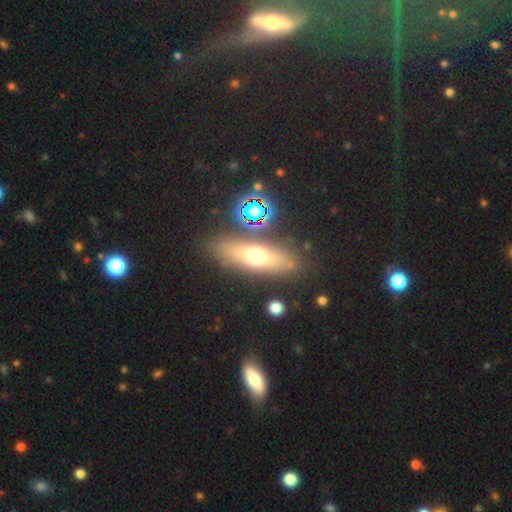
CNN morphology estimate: type=smooth (54%); roundness=in between (48%); merging=none (83%).